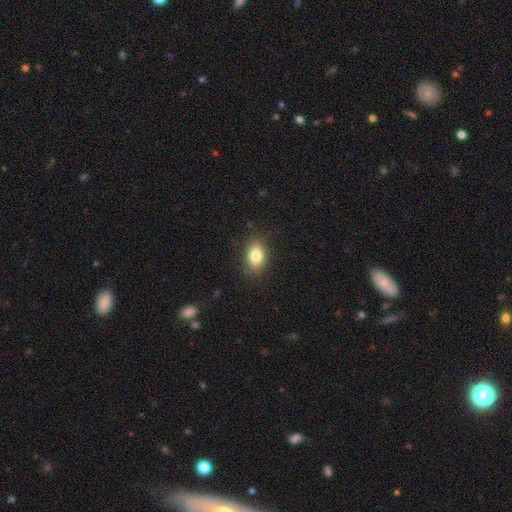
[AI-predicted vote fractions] Smooth or featured? smooth (81%)
How rounded? in between (86%)
Merging? none (86%)